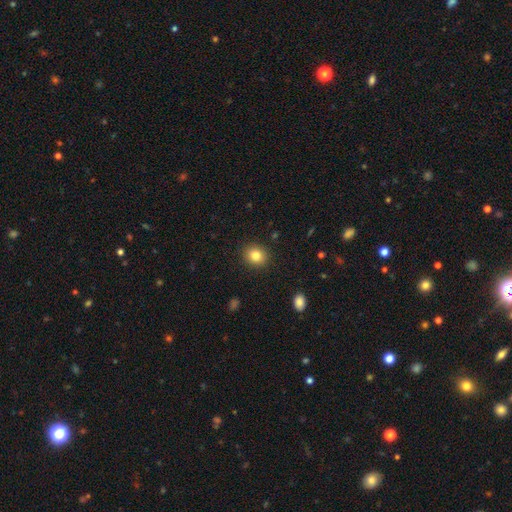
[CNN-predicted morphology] A smooth galaxy with no disk features (83%) that is round (74%). Merging: none (90%).